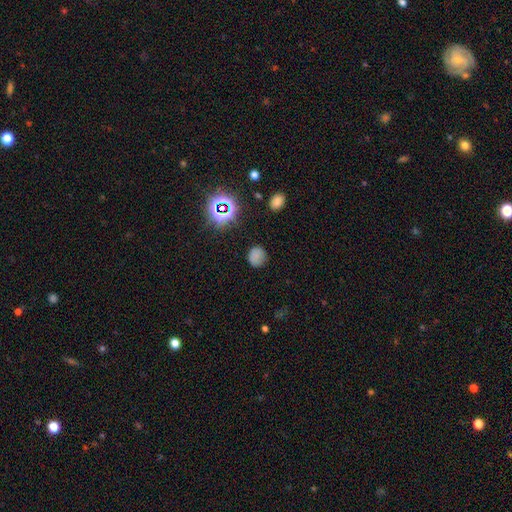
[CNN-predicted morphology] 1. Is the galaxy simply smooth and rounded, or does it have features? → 69% smooth, 24% star or artifact, 7% featured or disk.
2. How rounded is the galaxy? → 75% round, 24% in between, 1% cigar-shaped.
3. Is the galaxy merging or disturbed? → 79% none, 14% minor disturbance, 5% major disturbance, 2% merger.